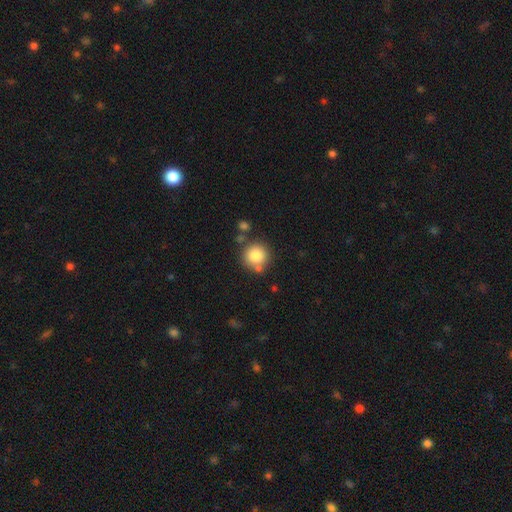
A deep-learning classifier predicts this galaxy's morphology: Q: Smooth or featured?
A: smooth (83%); runner-up: star or artifact (10%)
Q: How rounded?
A: round (93%); runner-up: in between (6%)
Q: Merging?
A: none (74%); runner-up: merger (12%)